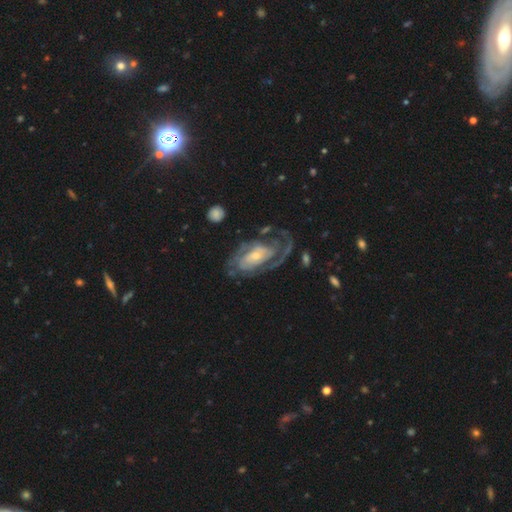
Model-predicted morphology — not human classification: type=featured or disk (83%); edge-on=no (95%); bar=no (62%); spiral arms=yes (90%); winding=tight (51%); arm count=2 (35%); bulge=small (62%); merging=none (52%).